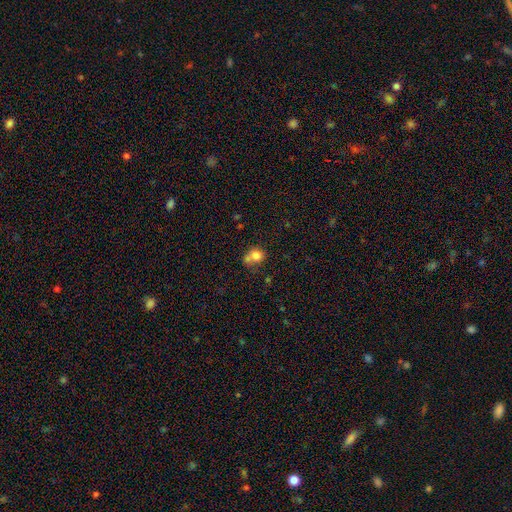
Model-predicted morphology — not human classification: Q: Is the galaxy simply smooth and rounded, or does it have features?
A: smooth — 78%.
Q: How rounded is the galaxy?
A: round — 69%.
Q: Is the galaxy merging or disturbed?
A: none — 39%.